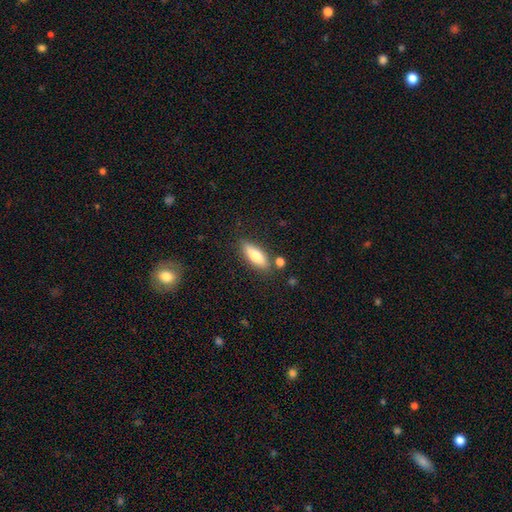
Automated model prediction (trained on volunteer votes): smooth-or-featured: smooth: 73% | featured or disk: 20% | star or artifact: 6%
  how-rounded: in between: 58% | cigar-shaped: 40% | round: 2%
  merging: none: 80% | minor disturbance: 12% | merger: 5% | major disturbance: 3%